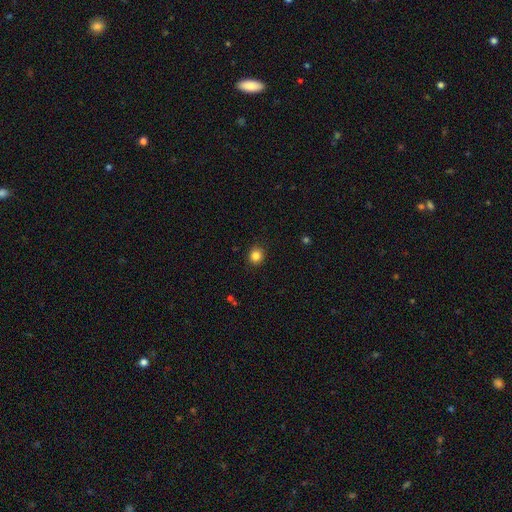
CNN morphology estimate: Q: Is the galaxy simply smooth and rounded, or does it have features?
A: smooth — 84%.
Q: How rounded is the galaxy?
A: round — 85%.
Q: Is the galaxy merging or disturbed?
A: none — 91%.